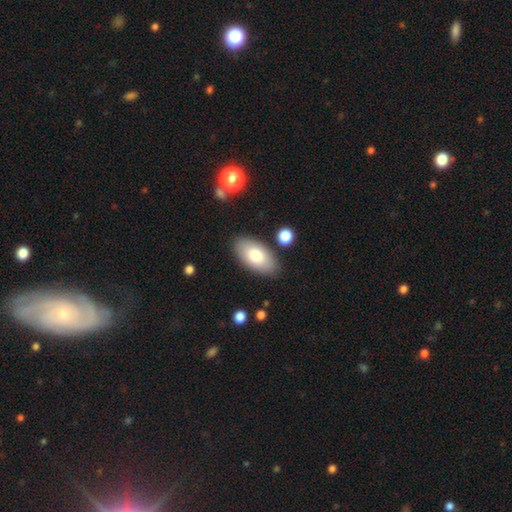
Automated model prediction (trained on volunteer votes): Smooth or featured? smooth (78%)
How rounded? in between (95%)
Merging? none (84%)